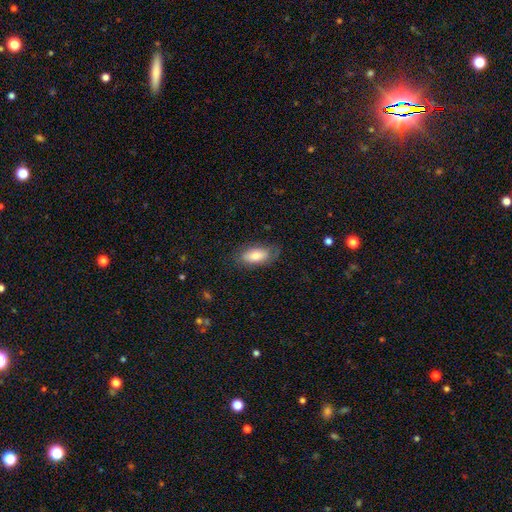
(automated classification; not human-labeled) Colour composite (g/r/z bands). It shows a smooth galaxy with no disk features (75%) that is in between round and cigar-shaped (88%). Merging: none (72%).